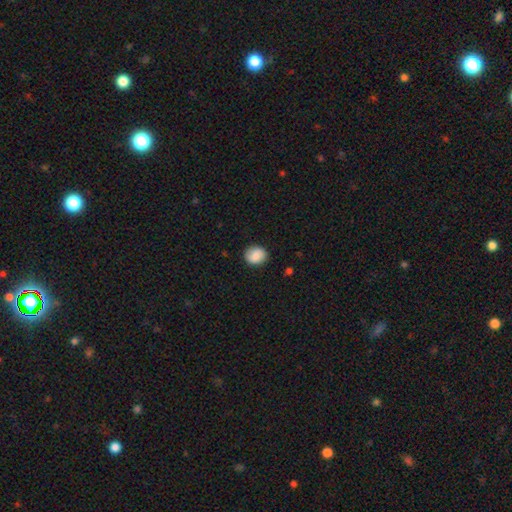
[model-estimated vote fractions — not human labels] Overall: smooth (84%). How rounded: round (69%; in between 30%). Merging: none (86%).